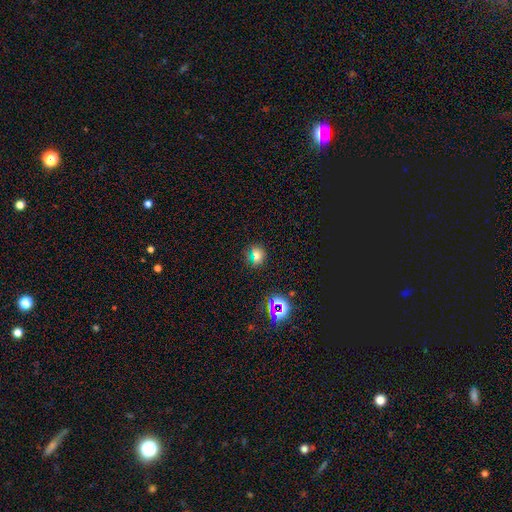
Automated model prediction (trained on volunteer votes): smooth_or_featured: smooth (p=0.59) [alt: star or artifact p=0.32]
how_rounded: round (p=0.71) [alt: in between p=0.27]
merging: none (p=0.76) [alt: minor disturbance p=0.14]